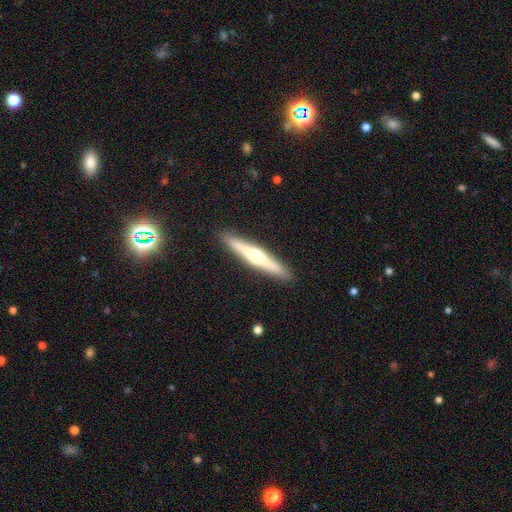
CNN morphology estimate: smooth_or_featured: featured or disk (p=0.64) [alt: smooth p=0.30]
disk_edge_on: yes (p=0.97) [alt: no p=0.03]
edge_on_bulge: rounded (p=0.89) [alt: none p=0.07]
merging: none (p=0.91) [alt: minor disturbance p=0.06]